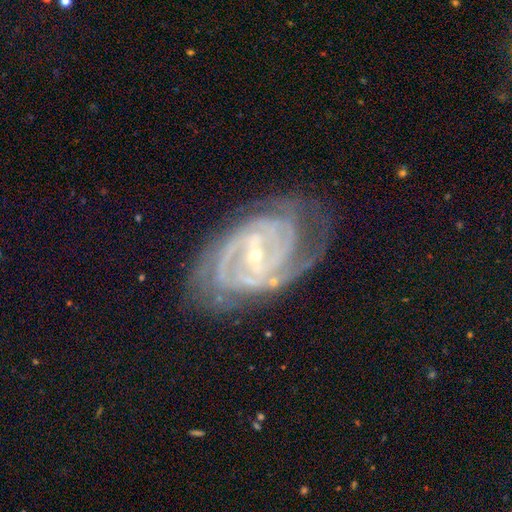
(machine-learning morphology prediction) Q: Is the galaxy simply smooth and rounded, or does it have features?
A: featured or disk — 91%.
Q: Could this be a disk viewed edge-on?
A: no — 97%.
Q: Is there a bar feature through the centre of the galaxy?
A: weak — 41%.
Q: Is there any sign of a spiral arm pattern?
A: yes — 97%.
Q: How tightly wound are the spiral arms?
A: tight — 67%.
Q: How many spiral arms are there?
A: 2 — 27%.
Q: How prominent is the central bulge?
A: small — 80%.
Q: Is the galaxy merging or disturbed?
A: none — 70%.